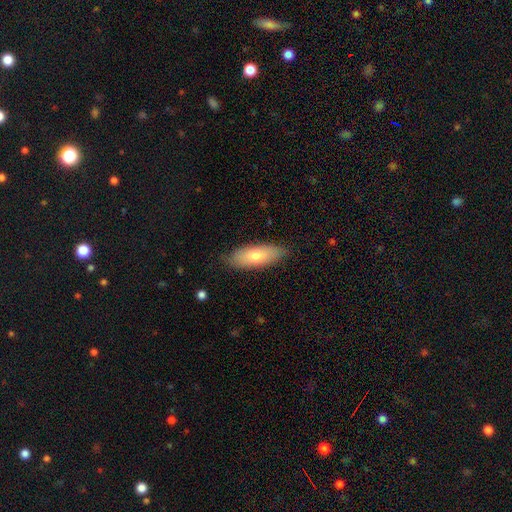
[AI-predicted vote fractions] Smooth or featured? Predicted: smooth (p=0.74). How rounded? Predicted: in between (p=0.68). Merging? Predicted: none (p=0.84).